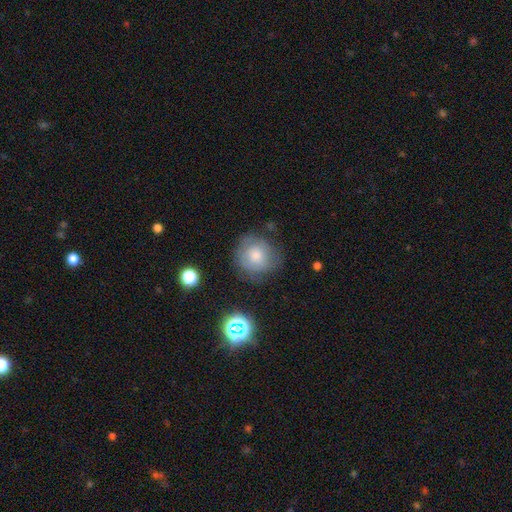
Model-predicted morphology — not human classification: smooth 63%, featured or disk 27%, star or artifact 10%. Down the decision tree: how rounded — round (87%); merging — none (67%).